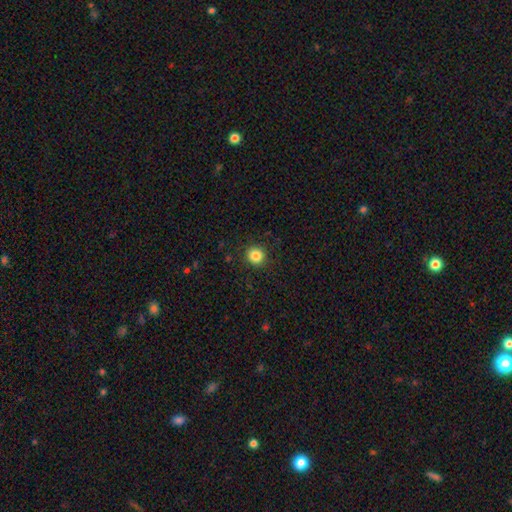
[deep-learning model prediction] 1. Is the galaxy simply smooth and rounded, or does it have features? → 84% smooth, 11% star or artifact, 5% featured or disk.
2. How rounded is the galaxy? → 93% round, 6% in between, 1% cigar-shaped.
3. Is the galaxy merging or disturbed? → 90% none, 6% minor disturbance, 2% major disturbance, 1% merger.